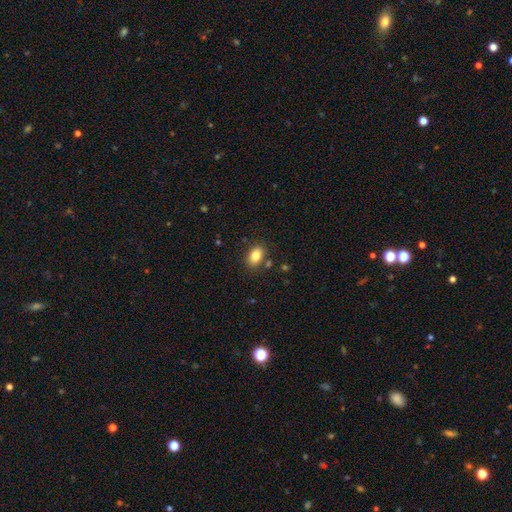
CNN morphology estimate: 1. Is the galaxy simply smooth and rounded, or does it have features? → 84% smooth, 9% star or artifact, 7% featured or disk.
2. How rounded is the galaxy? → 83% in between, 16% round, 1% cigar-shaped.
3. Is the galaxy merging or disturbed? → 82% none, 10% minor disturbance, 5% merger, 3% major disturbance.